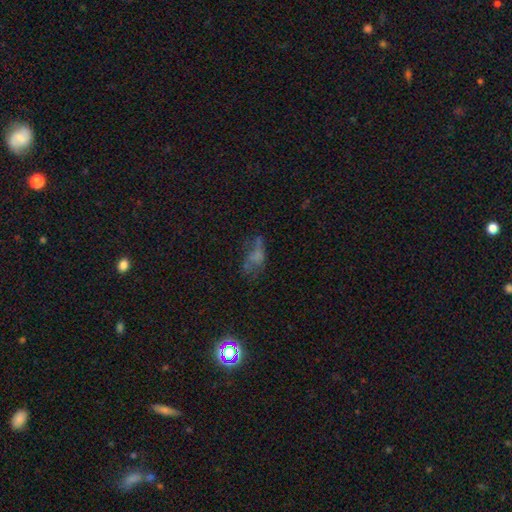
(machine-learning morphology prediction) This is marginally a smooth galaxy (38%). Merging: marginally none (38%).